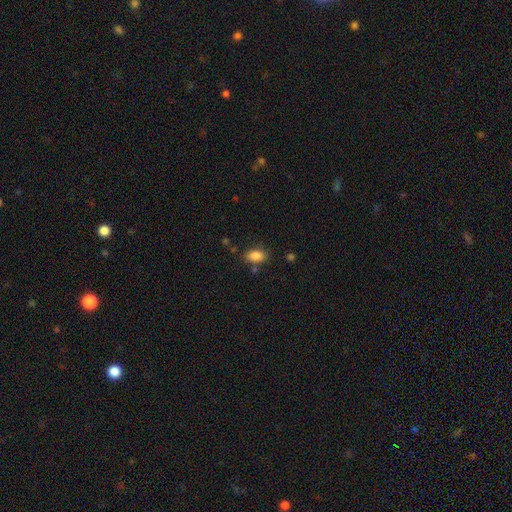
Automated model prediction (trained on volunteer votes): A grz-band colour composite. It shows a smooth galaxy with no disk features (86%) that is in between round and cigar-shaped (89%). Merging: none (79%).